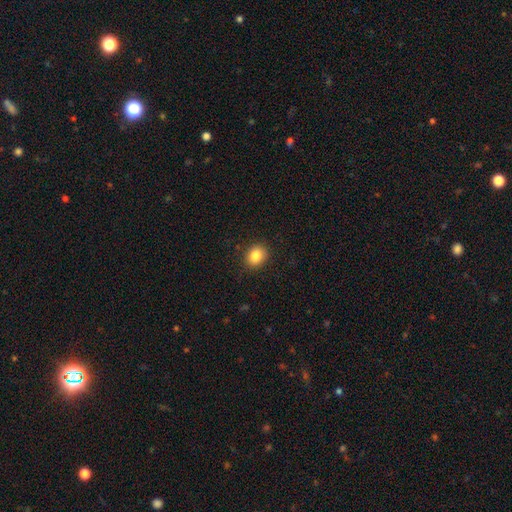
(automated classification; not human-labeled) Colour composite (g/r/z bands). It shows a smooth galaxy with no disk features (85%) that is round (60%). Merging: none (88%).